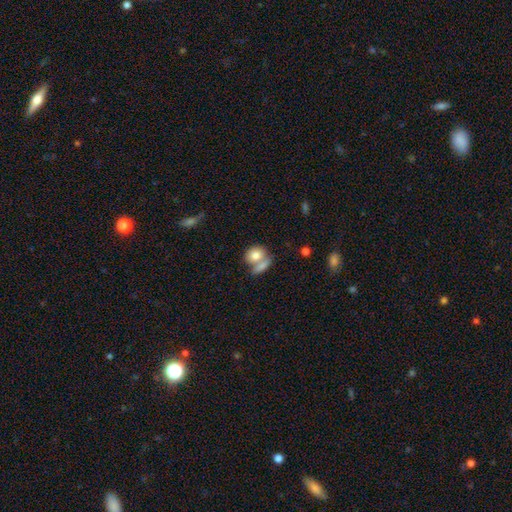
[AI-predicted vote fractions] Smooth or featured? smooth (78%)
How rounded? round (56%)
Merging? merger (48%)